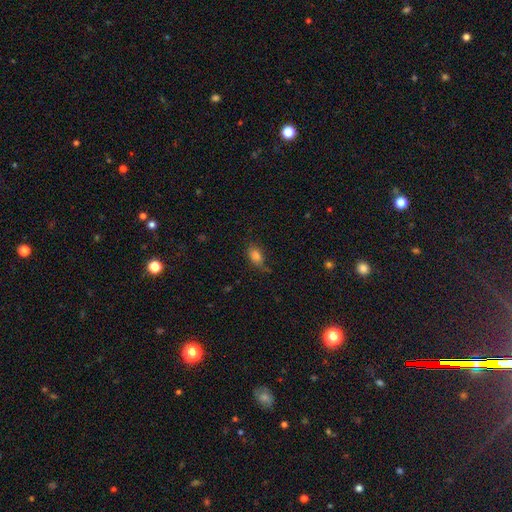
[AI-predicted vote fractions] smooth_or_featured: smooth (p=0.82) [alt: star or artifact p=0.11]
how_rounded: in between (p=0.86) [alt: round p=0.09]
merging: none (p=0.63) [alt: minor disturbance p=0.26]